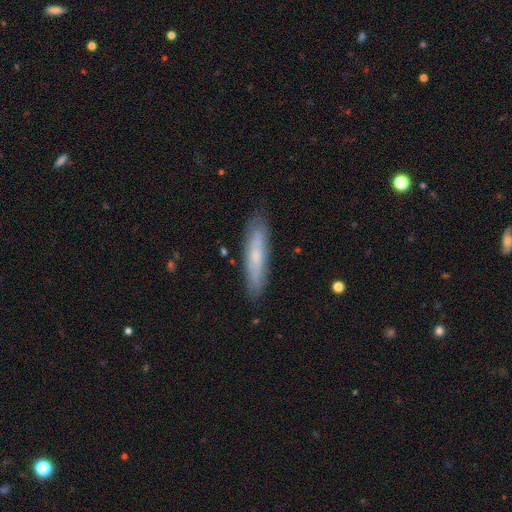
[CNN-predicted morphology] Q: Smooth or featured?
A: smooth (59%); runner-up: featured or disk (35%)
Q: How rounded?
A: cigar-shaped (83%); runner-up: in between (15%)
Q: Merging?
A: none (83%); runner-up: minor disturbance (13%)